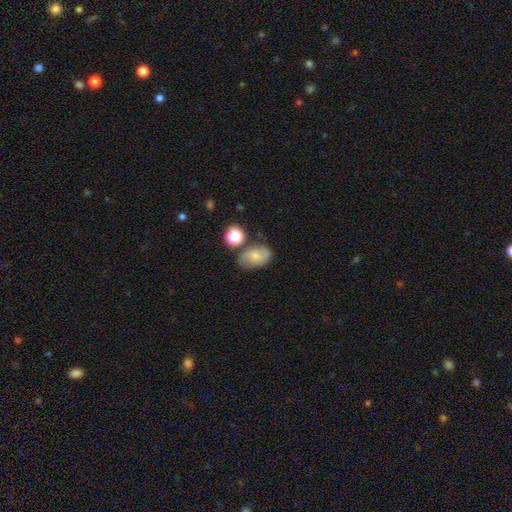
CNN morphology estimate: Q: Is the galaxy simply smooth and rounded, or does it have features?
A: smooth — 62%.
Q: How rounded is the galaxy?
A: in between — 82%.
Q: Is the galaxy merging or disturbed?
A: none — 63%.